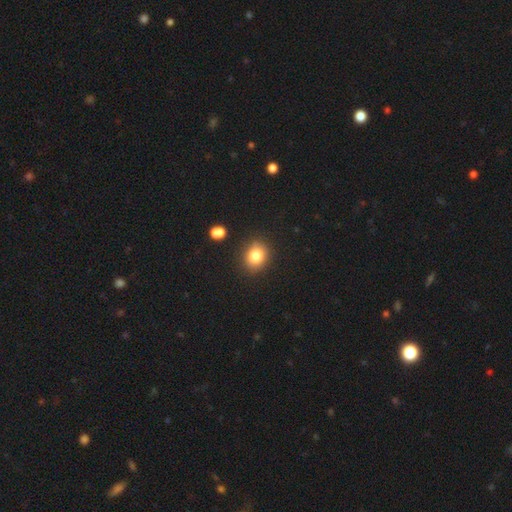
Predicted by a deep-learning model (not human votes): Smooth or featured: smooth — 81% (star or artifact — 12%)
How rounded: round — 58% (in between — 41%)
Merging: none — 85% (minor disturbance — 10%)